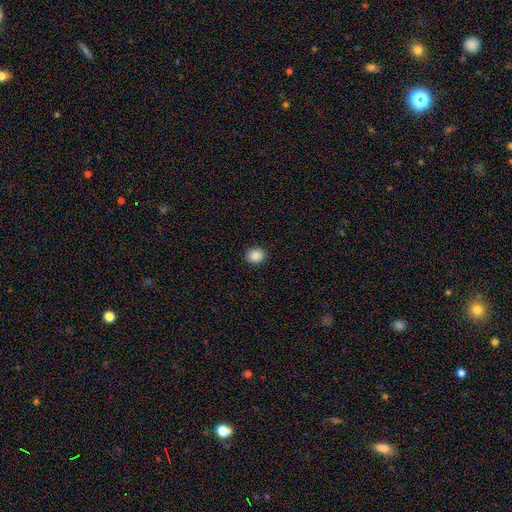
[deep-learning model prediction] Morphology: type=smooth (88%); roundness=round (62%); merging=none (91%).